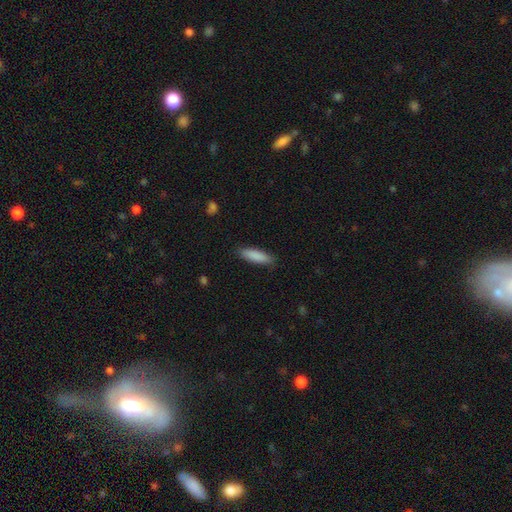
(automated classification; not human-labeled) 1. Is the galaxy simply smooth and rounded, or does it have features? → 88% smooth, 6% featured or disk, 6% star or artifact.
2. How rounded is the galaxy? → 62% cigar-shaped, 37% in between, 1% round.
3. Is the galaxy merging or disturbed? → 88% none, 9% minor disturbance, 2% major disturbance, 1% merger.